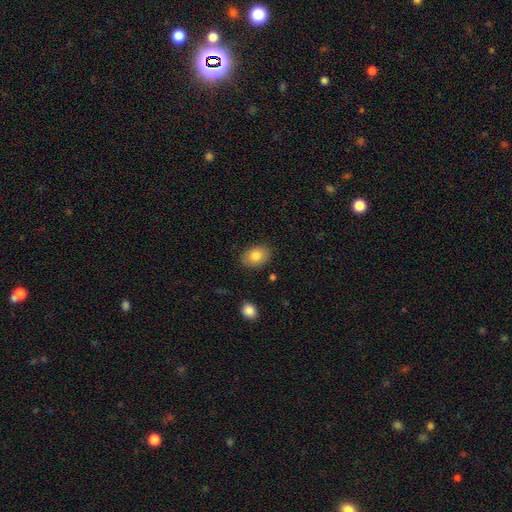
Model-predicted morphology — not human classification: This appears to be a smooth galaxy with no disk features (81%) that is in between round and cigar-shaped (79%). Merging: none (86%).